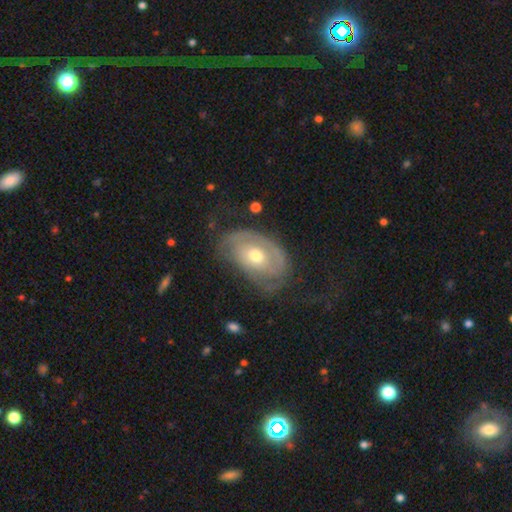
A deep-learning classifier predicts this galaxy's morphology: Smooth or featured? featured or disk (64%)
Edge-on disk? no (93%)
Bar? no (82%)
Spiral arms? yes (62%)
Bulge size? moderate (69%)
Merging? none (55%)